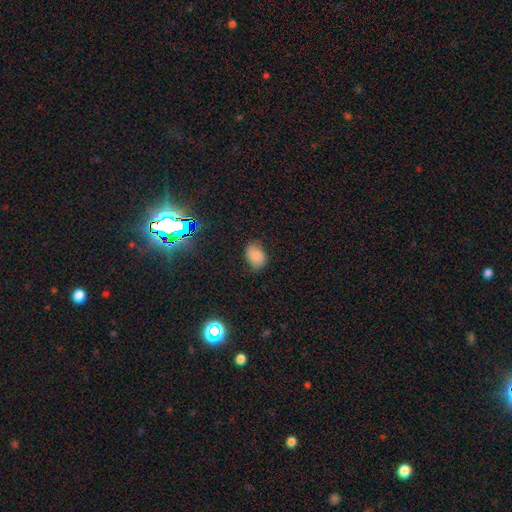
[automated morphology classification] Smooth or featured: smooth — 80% (star or artifact — 12%)
How rounded: in between — 75% (round — 24%)
Merging: none — 71% (minor disturbance — 23%)